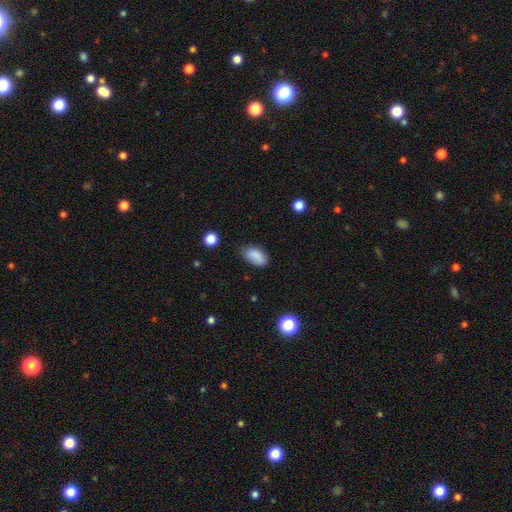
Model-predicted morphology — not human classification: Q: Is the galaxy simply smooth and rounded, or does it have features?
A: smooth — 85%.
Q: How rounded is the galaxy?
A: in between — 92%.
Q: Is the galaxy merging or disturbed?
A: none — 67%.